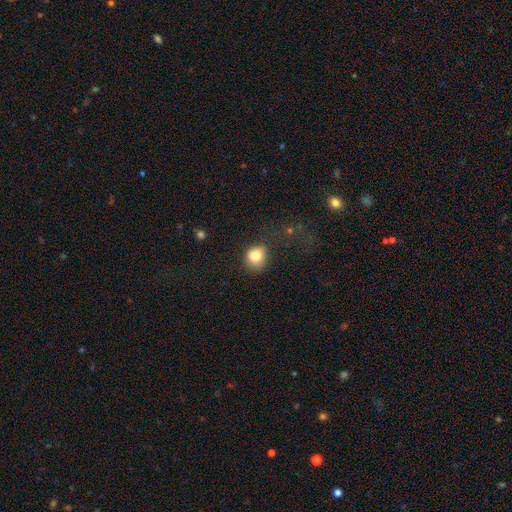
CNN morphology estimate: Overall: smooth (81%). How rounded: round (69%; in between 30%). Merging: none (64%).